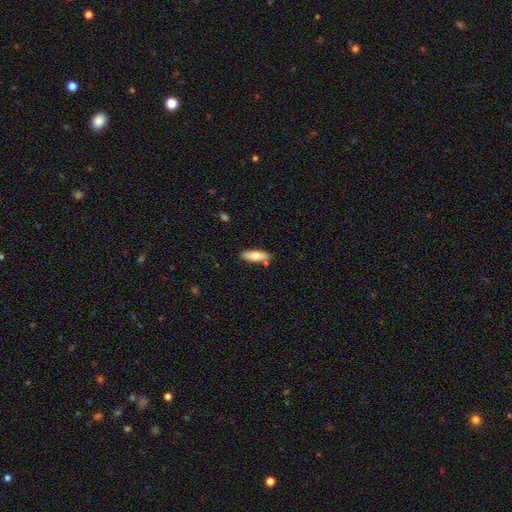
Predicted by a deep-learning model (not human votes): Smooth or featured: smooth — 70% (featured or disk — 24%)
How rounded: in between — 56% (cigar-shaped — 42%)
Merging: none — 80% (minor disturbance — 12%)